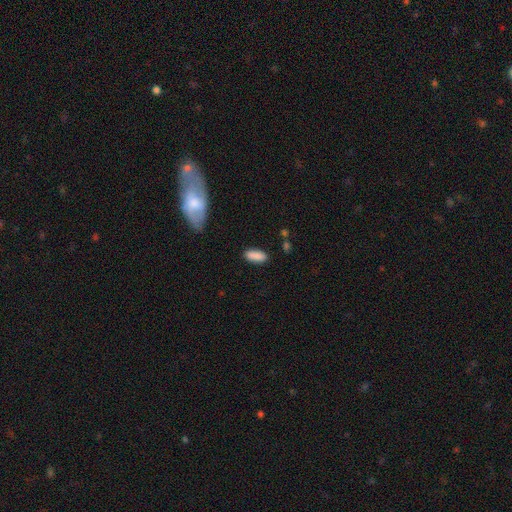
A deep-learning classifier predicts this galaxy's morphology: Smooth or featured: smooth — 88% (star or artifact — 6%)
How rounded: in between — 81% (cigar-shaped — 17%)
Merging: none — 83% (minor disturbance — 12%)